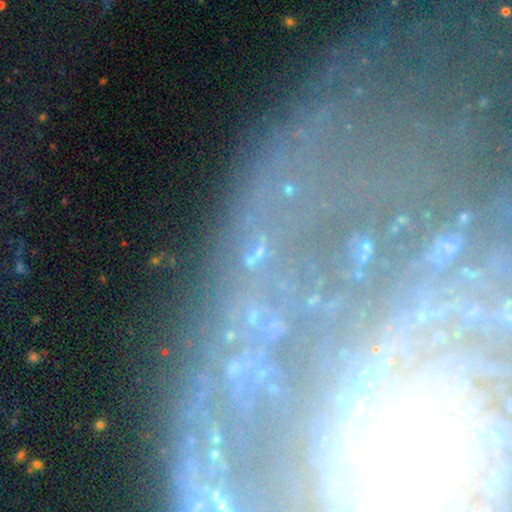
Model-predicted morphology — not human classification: Q: Smooth or featured?
A: star or artifact (46%); runner-up: featured or disk (30%)